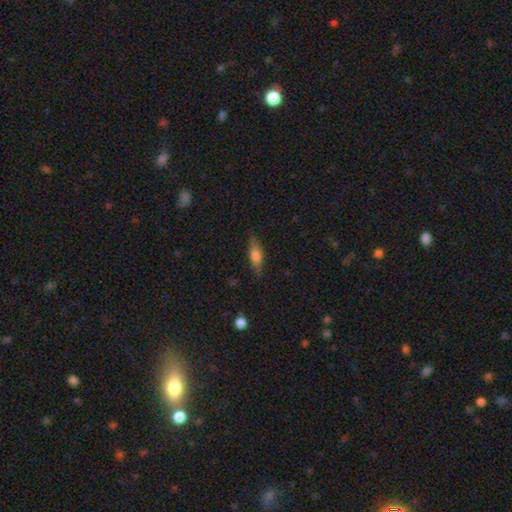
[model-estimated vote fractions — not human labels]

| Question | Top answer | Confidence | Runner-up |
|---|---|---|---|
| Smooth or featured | smooth | 64% | featured or disk (28%) |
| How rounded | in between | 56% | cigar-shaped (41%) |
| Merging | none | 76% | minor disturbance (18%) |